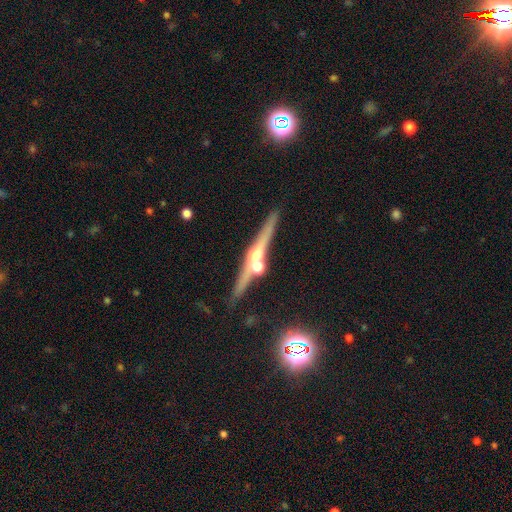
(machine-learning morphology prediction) The model was most divided on "smooth or featured": featured or disk: 69%, smooth: 22%, star or artifact: 9%. More confident: edge-on disk — yes (95%); edge-on bulge — rounded (93%); merging — none (72%).